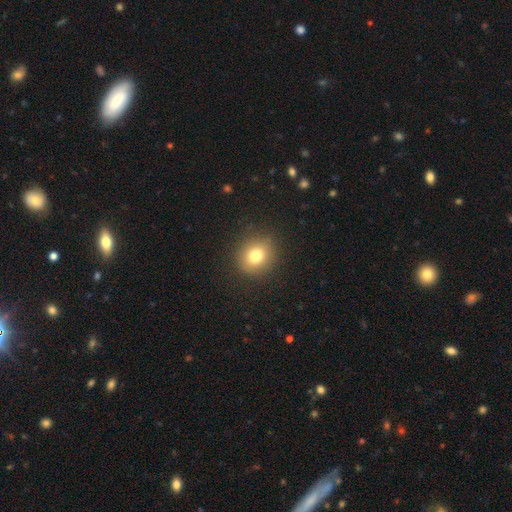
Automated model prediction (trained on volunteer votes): Smooth or featured?
  - smooth: 78% *
  - star or artifact: 12%
  - featured or disk: 10%
How rounded?
  - round: 75% *
  - in between: 24%
  - cigar-shaped: 1%
Merging?
  - none: 89% *
  - minor disturbance: 7%
  - major disturbance: 3%
  - merger: 1%